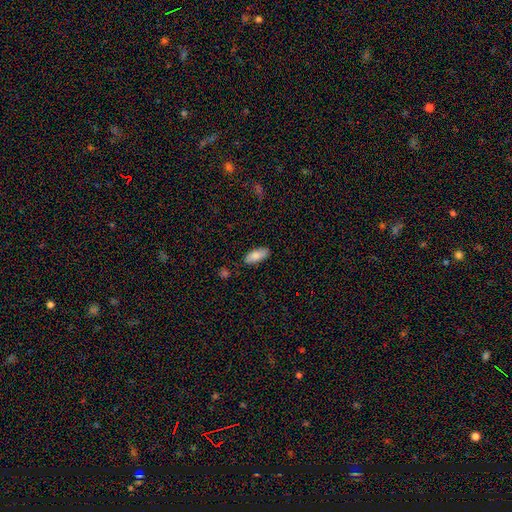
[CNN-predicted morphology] Overall: smooth (84%). How rounded: in between (87%). Merging: none (84%).